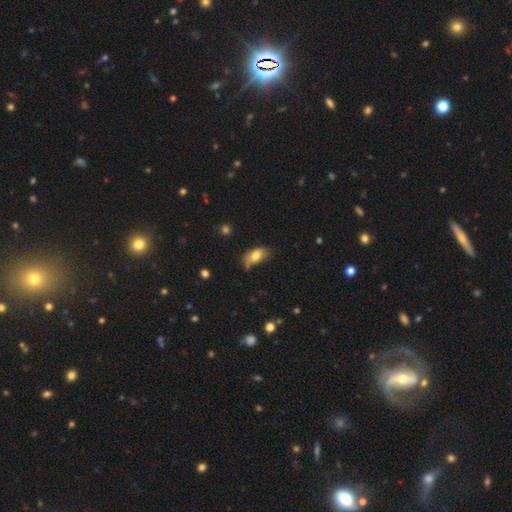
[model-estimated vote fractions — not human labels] smooth 70%, featured or disk 21%, star or artifact 9%. Down the decision tree: how rounded — in between (89%); merging — none (41%).